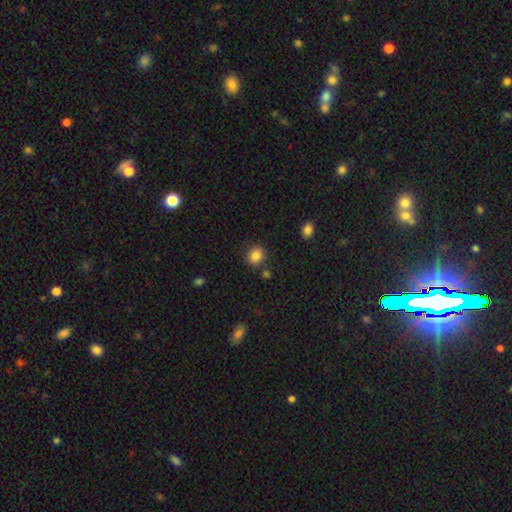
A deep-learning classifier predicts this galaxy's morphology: Smooth or featured?
  - smooth: 84% *
  - star or artifact: 10%
  - featured or disk: 5%
How rounded?
  - round: 72% *
  - in between: 27%
  - cigar-shaped: 1%
Merging?
  - none: 81% *
  - minor disturbance: 11%
  - merger: 5%
  - major disturbance: 3%